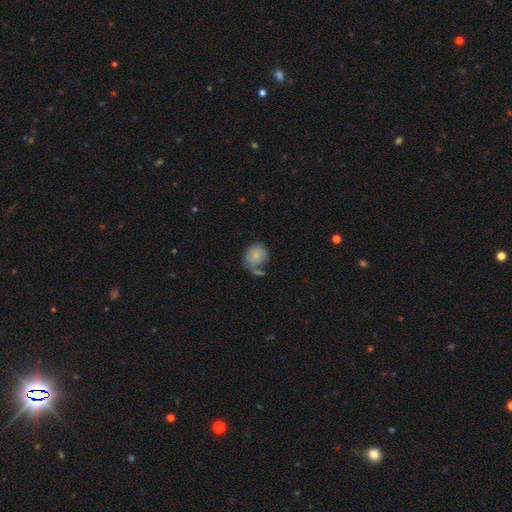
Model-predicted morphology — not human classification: This is likely a smooth galaxy (72%). How rounded: likely round (69%). Merging: marginally none (42%).